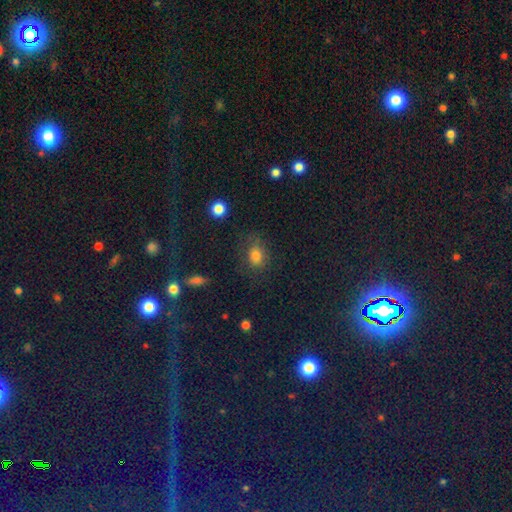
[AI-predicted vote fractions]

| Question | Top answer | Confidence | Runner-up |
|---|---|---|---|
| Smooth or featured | smooth | 73% | star or artifact (17%) |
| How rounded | in between | 54% | round (44%) |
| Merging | none | 68% | minor disturbance (19%) |